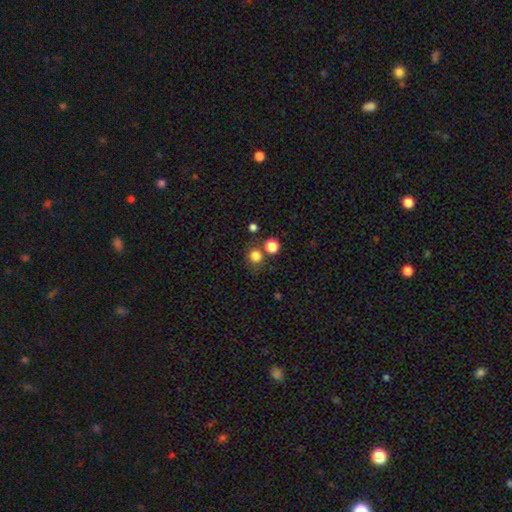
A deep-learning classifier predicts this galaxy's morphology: Smooth or featured? Predicted: smooth (p=0.81). How rounded? Predicted: round (p=0.87). Merging? Predicted: none (p=0.72).